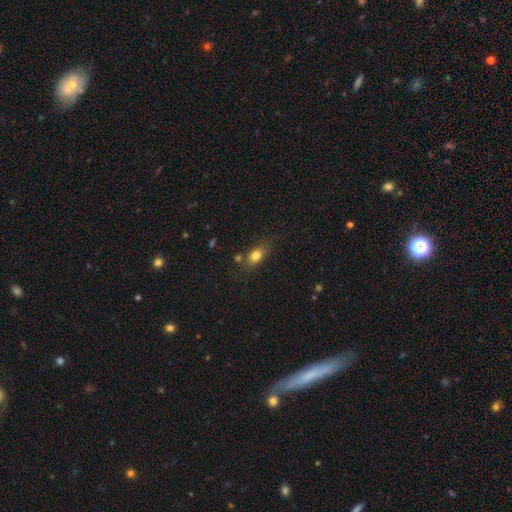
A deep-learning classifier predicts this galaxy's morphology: Smooth or featured: smooth — 79% (featured or disk — 11%)
How rounded: in between — 76% (round — 17%)
Merging: none — 67% (minor disturbance — 19%)